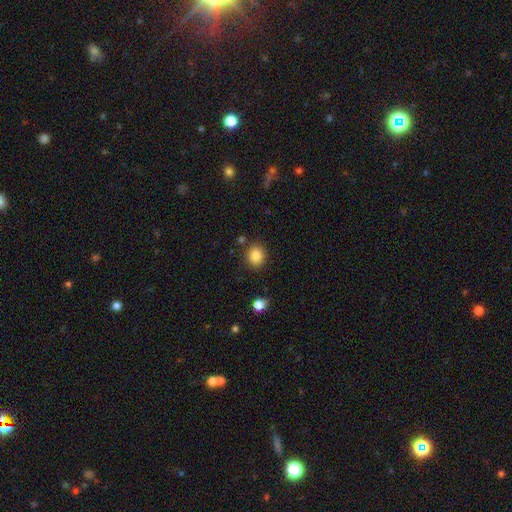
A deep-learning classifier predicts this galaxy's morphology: Q: Smooth or featured?
A: smooth (85%); runner-up: star or artifact (10%)
Q: How rounded?
A: round (78%); runner-up: in between (21%)
Q: Merging?
A: none (86%); runner-up: minor disturbance (8%)